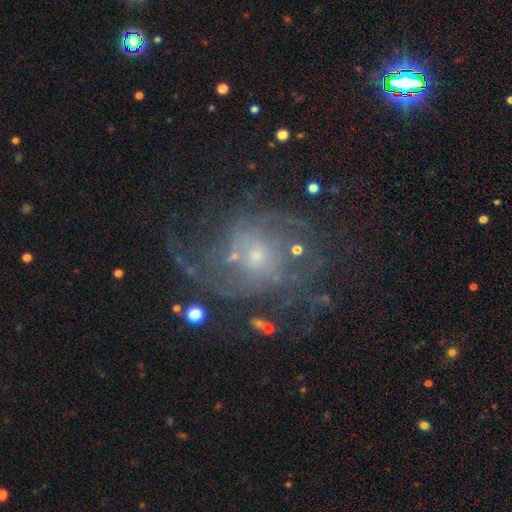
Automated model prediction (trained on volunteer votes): A featured or disk galaxy (78%) with no bar (70%), medium (41%) spiral arms (90%) and a small central bulge (61%).

Vote fractions:
- Smooth or featured? featured or disk: 78% / star or artifact: 13% / smooth: 9%
- Edge-on disk? no: 98% / yes: 2%
- Bar? no: 70% / weak: 25% / strong: 4%
- Spiral arms? yes: 90% / no: 10%
- Spiral winding? medium: 41% / tight: 32% / loose: 27%
- Spiral arm count? can't tell: 34% / 2: 27% / 3: 14% / 4: 9% / 1: 8% / more than 4: 7%
- Bulge size? small: 61% / moderate: 31% / none: 4% / large: 3% / dominant: 1%
- Merging? none: 60% / major disturbance: 20% / minor disturbance: 17% / merger: 4%